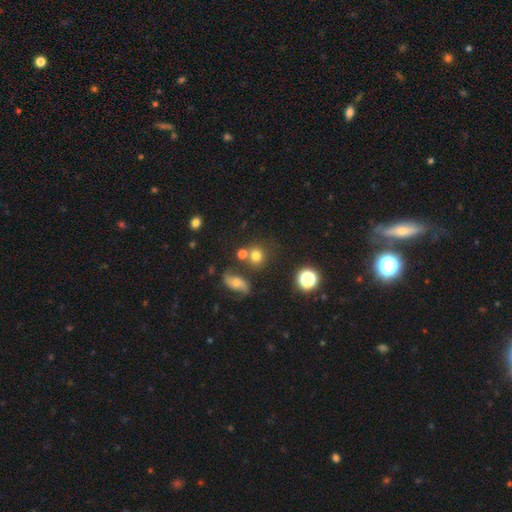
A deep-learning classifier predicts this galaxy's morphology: Smooth or featured? Predicted: smooth (p=0.73). How rounded? Predicted: round (p=0.85). Merging? Predicted: none (p=0.66).